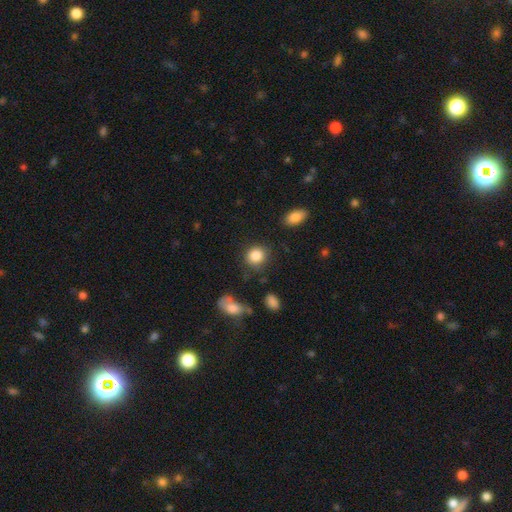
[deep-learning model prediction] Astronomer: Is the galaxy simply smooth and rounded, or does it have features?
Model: smooth — 86%.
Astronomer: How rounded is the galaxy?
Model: round — 82%.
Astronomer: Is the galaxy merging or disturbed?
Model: none — 83%.